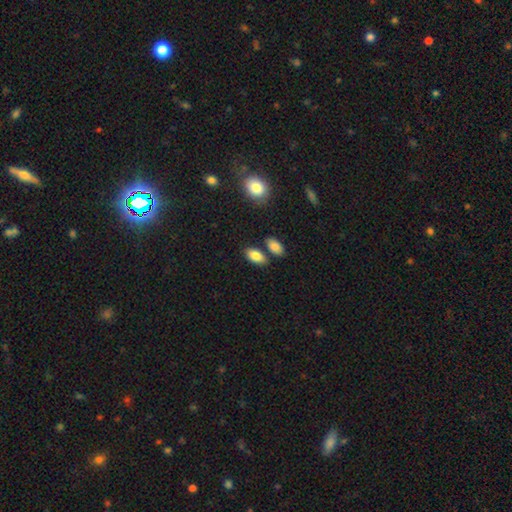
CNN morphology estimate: Smooth or featured? smooth (85%)
How rounded? in between (92%)
Merging? none (74%)